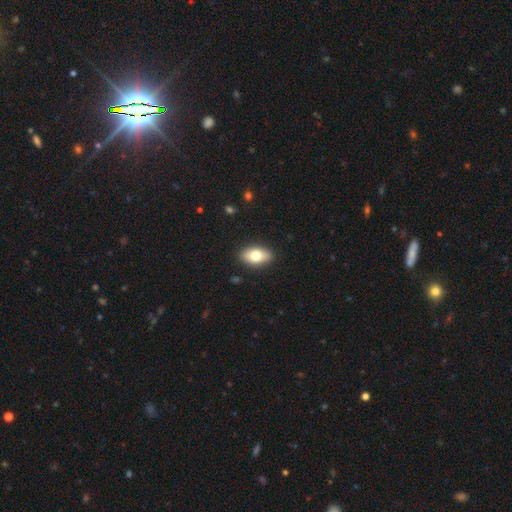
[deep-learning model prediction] This is likely a smooth galaxy (75%). How rounded: clearly in between (90%). Merging: clearly none (89%).